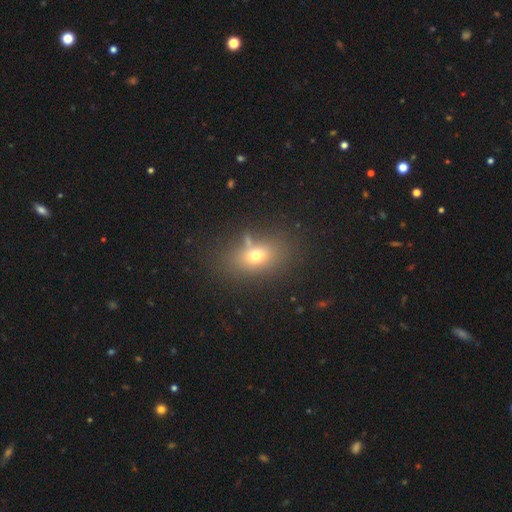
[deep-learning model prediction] This appears to be a smooth galaxy with no disk features (67%) that is in between round and cigar-shaped (71%). Merging: none (71%).